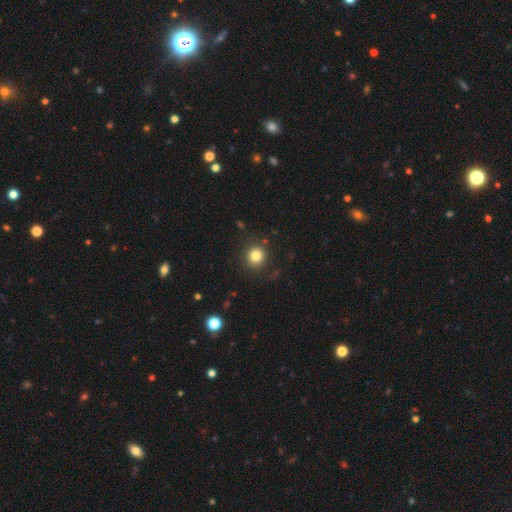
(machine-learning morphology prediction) A smooth galaxy with no disk features (82%) that is round (89%).

Vote fractions:
- Smooth or featured? smooth: 82% / star or artifact: 12% / featured or disk: 6%
- How rounded? round: 89% / in between: 10% / cigar-shaped: 1%
- Merging? none: 86% / minor disturbance: 9% / major disturbance: 3% / merger: 2%